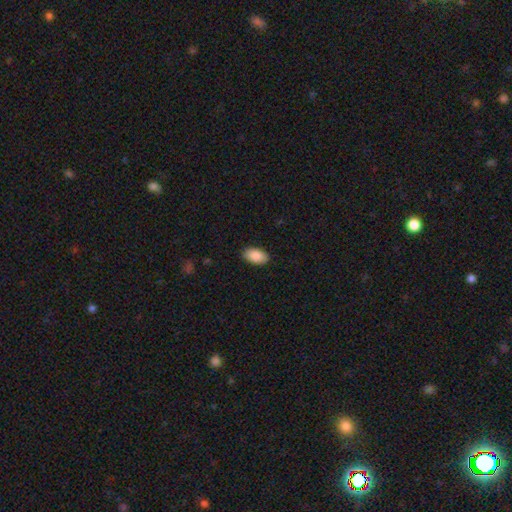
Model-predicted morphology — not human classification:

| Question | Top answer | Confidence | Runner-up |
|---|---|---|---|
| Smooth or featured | smooth | 88% | star or artifact (6%) |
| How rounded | in between | 95% | round (4%) |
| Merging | none | 89% | minor disturbance (8%) |